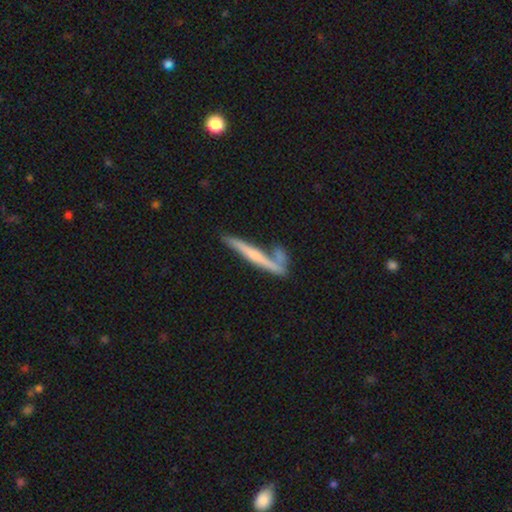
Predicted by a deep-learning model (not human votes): A featured or disk galaxy (56%) viewed edge-on (94%) with a rounded central bulge (50%).

Vote fractions:
- Smooth or featured? featured or disk: 56% / smooth: 37% / star or artifact: 6%
- Edge-on disk? yes: 94% / no: 6%
- Edge-on bulge? rounded: 50% / none: 40% / boxy: 10%
- Merging? none: 60% / merger: 21% / minor disturbance: 14% / major disturbance: 5%